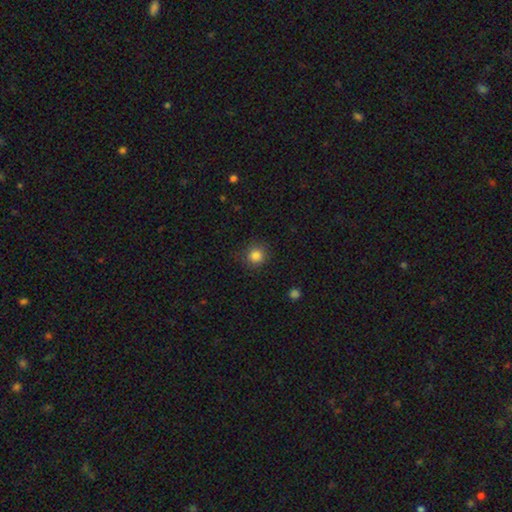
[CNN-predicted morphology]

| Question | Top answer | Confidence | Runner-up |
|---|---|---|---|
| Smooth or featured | smooth | 85% | star or artifact (11%) |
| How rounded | round | 93% | in between (6%) |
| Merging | none | 86% | minor disturbance (9%) |